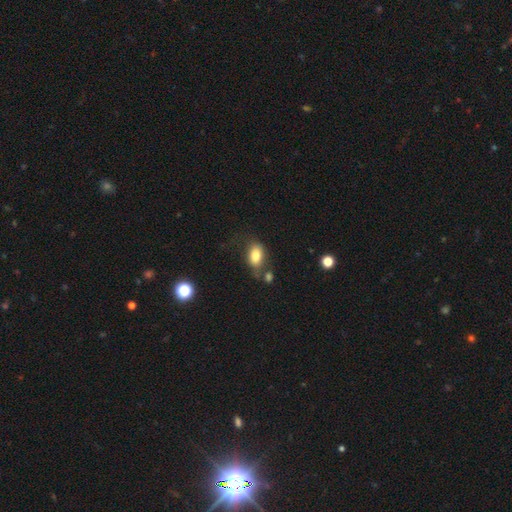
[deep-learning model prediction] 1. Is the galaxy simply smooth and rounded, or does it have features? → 80% smooth, 11% featured or disk, 9% star or artifact.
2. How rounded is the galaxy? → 85% in between, 13% round, 2% cigar-shaped.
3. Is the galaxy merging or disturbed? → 54% none, 22% minor disturbance, 13% merger, 12% major disturbance.